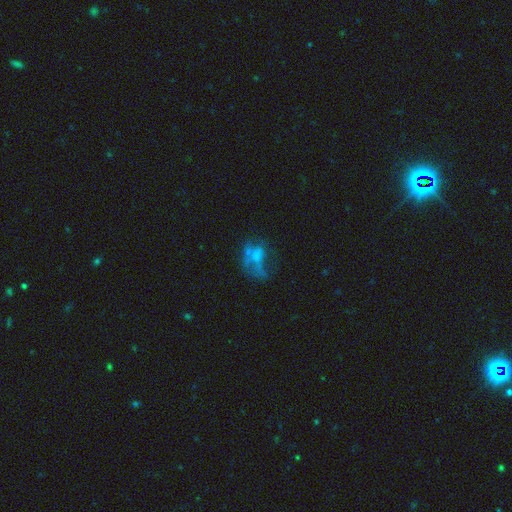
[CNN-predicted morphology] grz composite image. It shows a featured or disk galaxy (45%). Merging: major disturbance (44%).